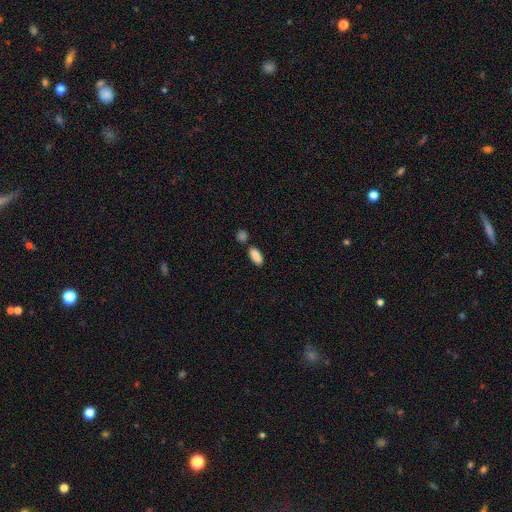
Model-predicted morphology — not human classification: smooth_or_featured: smooth (p=0.89) [alt: star or artifact p=0.07]
how_rounded: in between (p=0.83) [alt: cigar-shaped p=0.14]
merging: none (p=0.75) [alt: merger p=0.12]